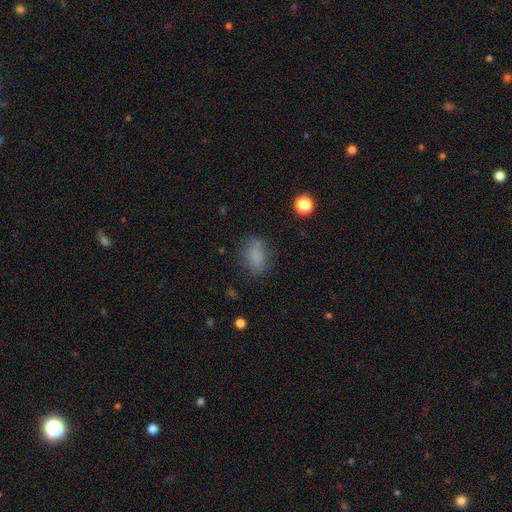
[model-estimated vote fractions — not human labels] Overall: smooth (79%). How rounded: in between (77%). Merging: none (73%).